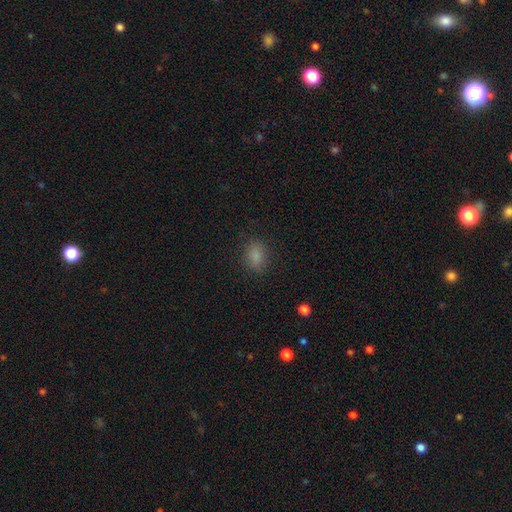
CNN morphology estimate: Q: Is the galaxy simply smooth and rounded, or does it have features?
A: smooth — 83%.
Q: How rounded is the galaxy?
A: in between — 76%.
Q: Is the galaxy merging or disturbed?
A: none — 84%.